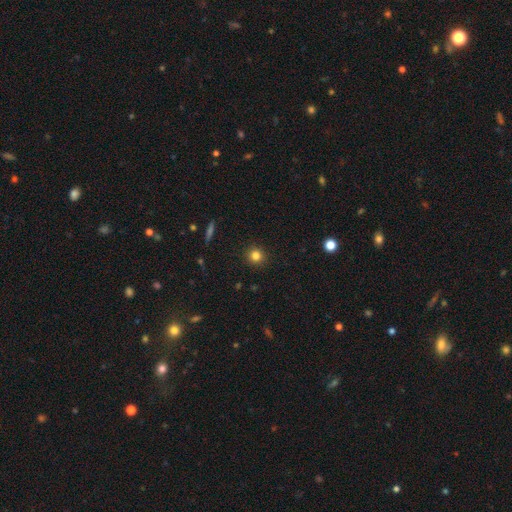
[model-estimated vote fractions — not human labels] smooth 81%, star or artifact 13%, featured or disk 6%. Down the decision tree: how rounded — round (93%); merging — none (92%).